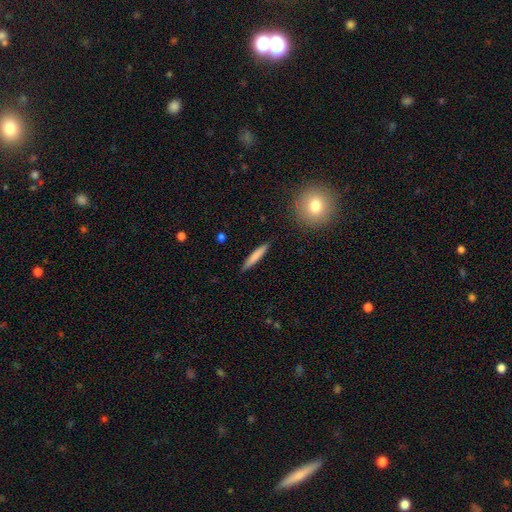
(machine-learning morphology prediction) type=smooth (76%); roundness=cigar-shaped (92%); merging=none (89%).